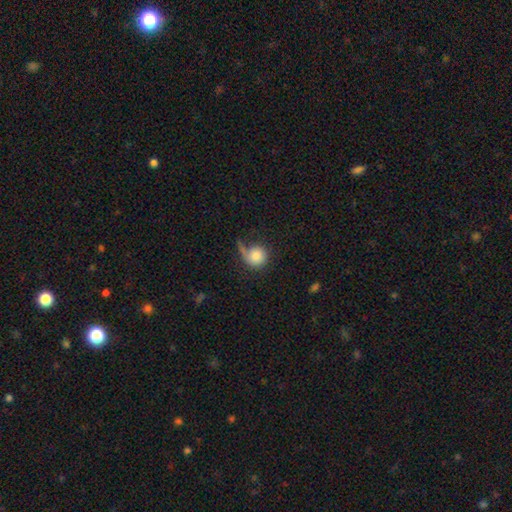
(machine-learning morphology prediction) Smooth or featured? smooth (76%)
How rounded? round (88%)
Merging? none (41%)